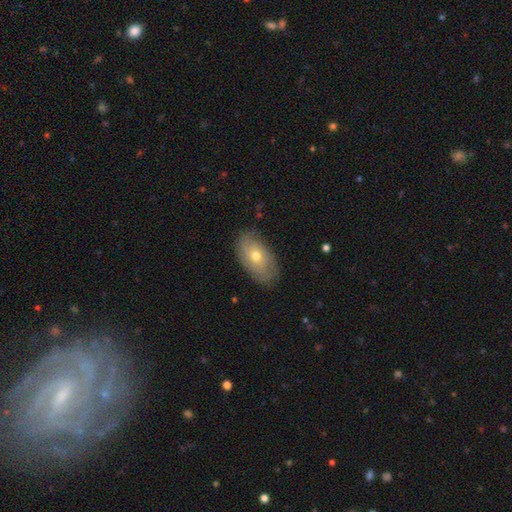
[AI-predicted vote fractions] Q: Smooth or featured?
A: smooth (52%); runner-up: featured or disk (41%)
Q: How rounded?
A: in between (91%); runner-up: round (7%)
Q: Merging?
A: none (76%); runner-up: minor disturbance (19%)